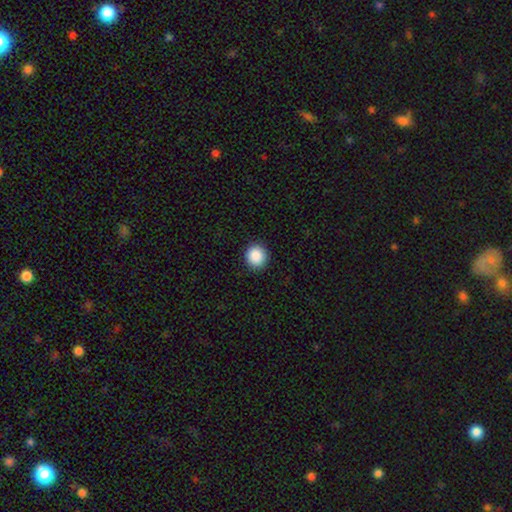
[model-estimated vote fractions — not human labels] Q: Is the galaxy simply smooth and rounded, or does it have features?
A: smooth — 89%.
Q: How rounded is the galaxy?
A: round — 89%.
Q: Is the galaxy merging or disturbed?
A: none — 92%.